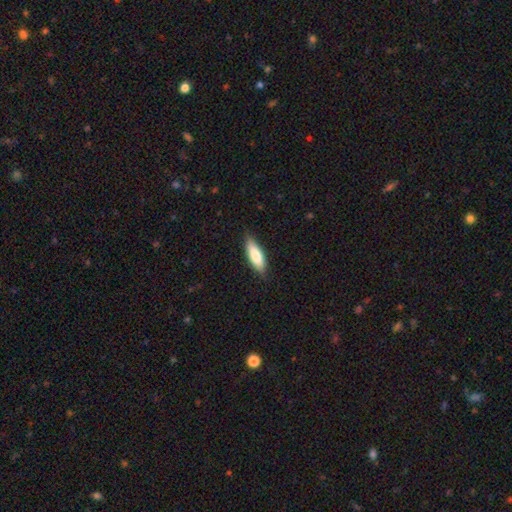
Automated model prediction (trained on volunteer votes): Smooth or featured? Predicted: smooth (p=0.80). How rounded? Predicted: in between (p=0.54). Merging? Predicted: none (p=0.84).